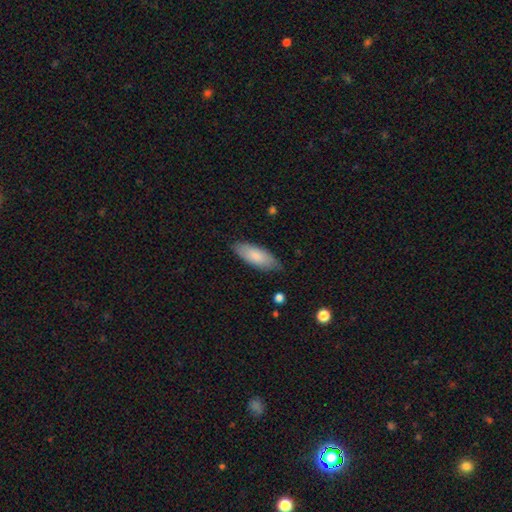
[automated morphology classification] A smooth galaxy with no disk features (81%) that is in between round and cigar-shaped (75%).

Vote fractions:
- Smooth or featured? smooth: 81% / featured or disk: 14% / star or artifact: 5%
- How rounded? in between: 75% / cigar-shaped: 23% / round: 2%
- Merging? none: 81% / minor disturbance: 15% / major disturbance: 3% / merger: 1%